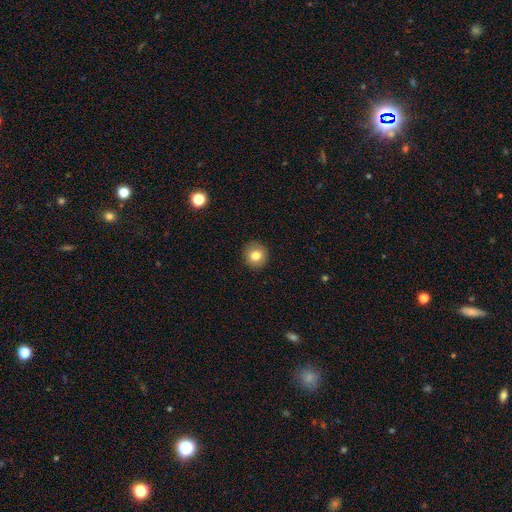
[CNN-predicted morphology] This is clearly a smooth galaxy (81%). How rounded: clearly round (91%). Merging: clearly none (91%).